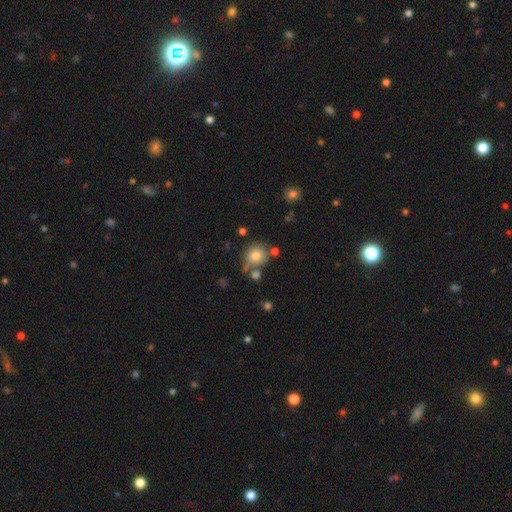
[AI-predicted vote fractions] Smooth or featured: smooth — 80% (star or artifact — 10%)
How rounded: round — 82% (in between — 17%)
Merging: none — 58% (minor disturbance — 17%)